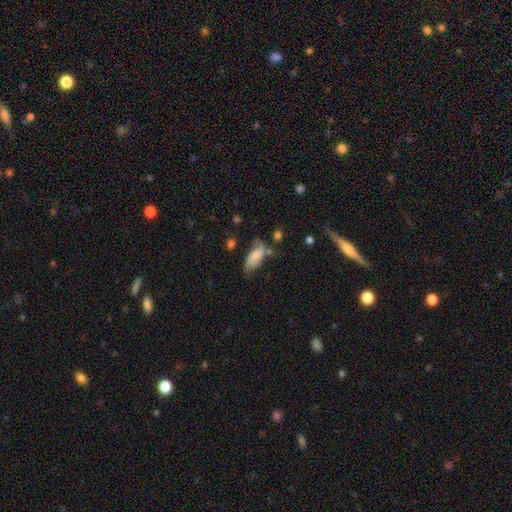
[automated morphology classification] A smooth galaxy with no disk features (66%) that is in between round and cigar-shaped (87%).

Vote fractions:
- Smooth or featured? smooth: 66% / featured or disk: 25% / star or artifact: 9%
- How rounded? in between: 87% / cigar-shaped: 10% / round: 3%
- Merging? none: 39% / minor disturbance: 32% / major disturbance: 19% / merger: 9%